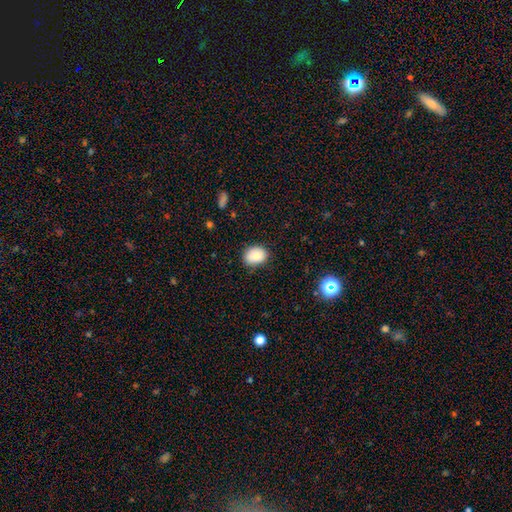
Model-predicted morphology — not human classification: Smooth or featured? smooth (81%)
How rounded? in between (56%)
Merging? none (81%)